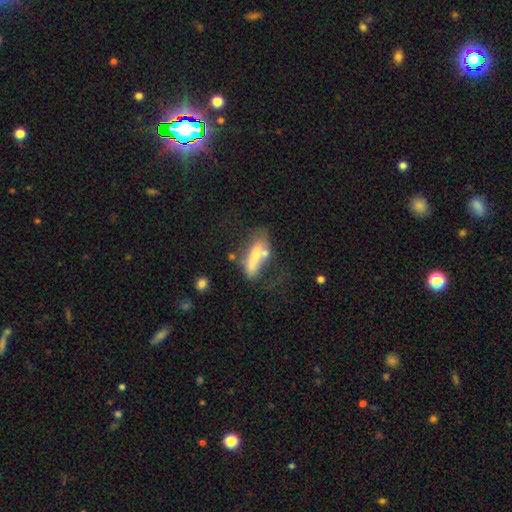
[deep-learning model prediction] This appears to be a smooth galaxy with no disk features (54%) that is in between round and cigar-shaped (56%). Merging: none (32%).